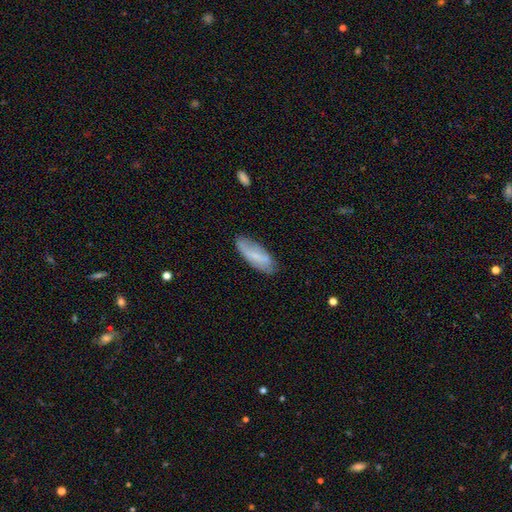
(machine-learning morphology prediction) Overall: smooth (60%; featured or disk 32%). How rounded: in between (70%). Merging: none (70%).